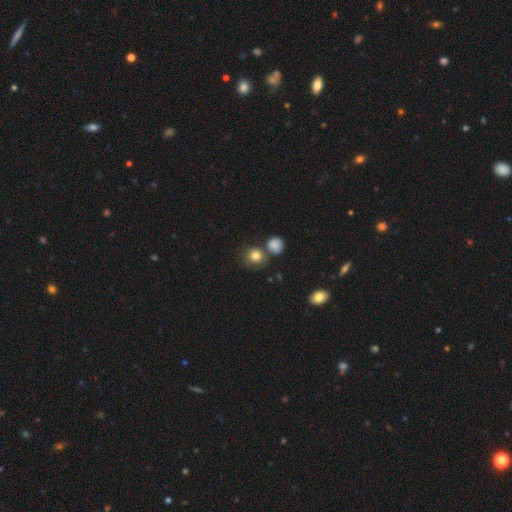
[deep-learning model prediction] Smooth or featured?
  - smooth: 82% *
  - star or artifact: 11%
  - featured or disk: 6%
How rounded?
  - round: 86% *
  - in between: 13%
  - cigar-shaped: 1%
Merging?
  - none: 68% *
  - merger: 18%
  - minor disturbance: 11%
  - major disturbance: 4%